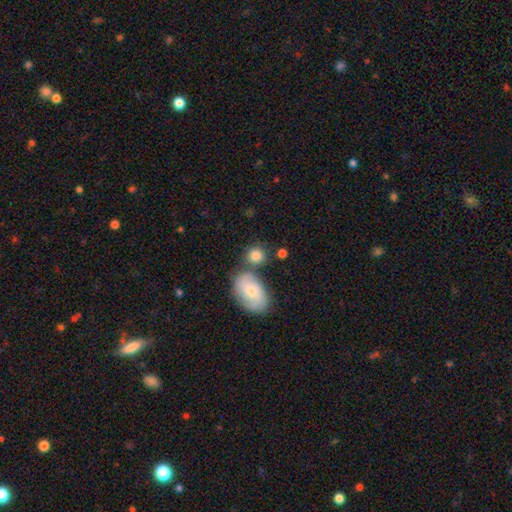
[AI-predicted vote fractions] This is likely a smooth galaxy (80%). How rounded: likely round (75%). Merging: likely none (63%).